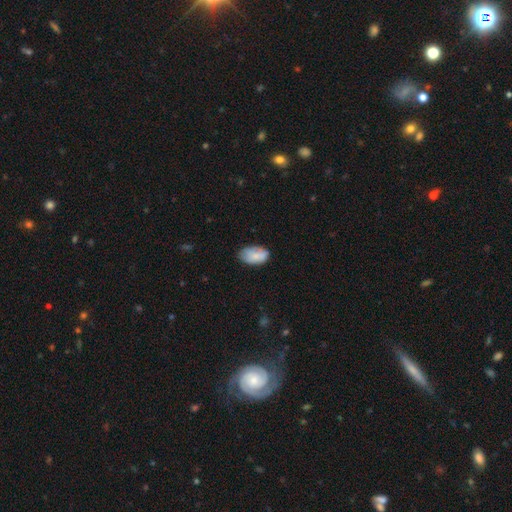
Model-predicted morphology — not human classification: This appears to be a smooth galaxy with no disk features (80%) that is in between round and cigar-shaped (93%). Merging: none (65%).